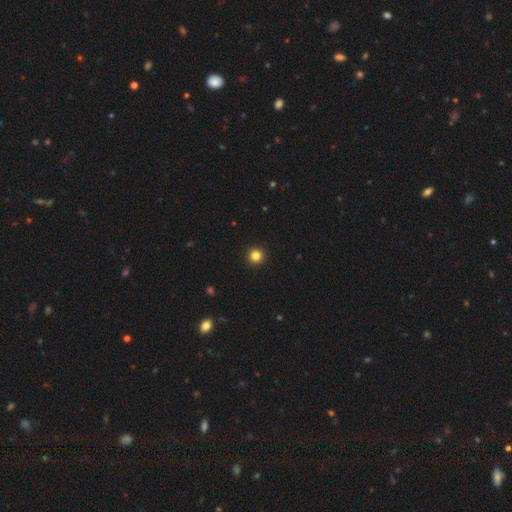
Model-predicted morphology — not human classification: smooth_or_featured: smooth (p=0.83) [alt: star or artifact p=0.12]
how_rounded: round (p=0.96) [alt: in between p=0.03]
merging: none (p=0.94) [alt: minor disturbance p=0.04]